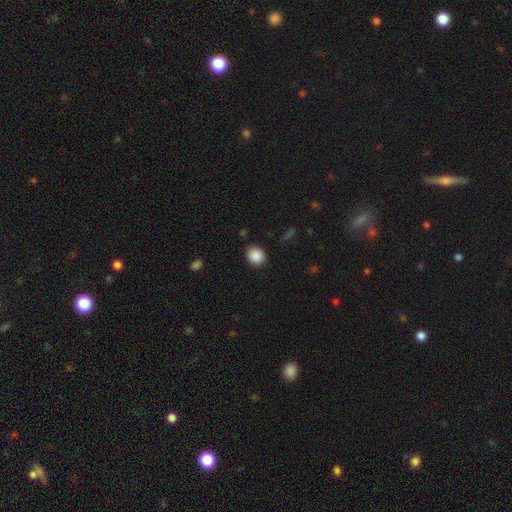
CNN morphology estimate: Q: Smooth or featured?
A: smooth (88%); runner-up: star or artifact (8%)
Q: How rounded?
A: round (74%); runner-up: in between (25%)
Q: Merging?
A: none (89%); runner-up: minor disturbance (7%)